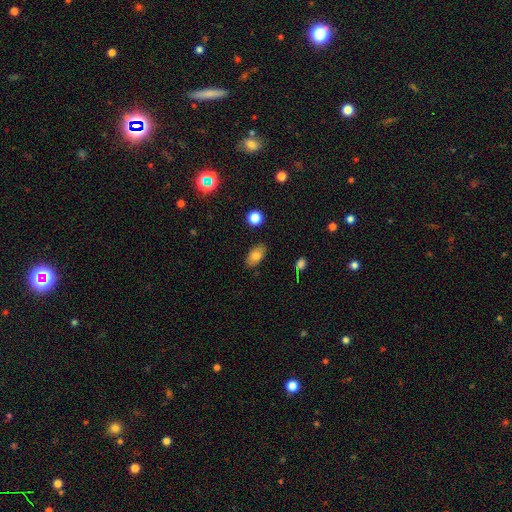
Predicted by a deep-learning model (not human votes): Smooth or featured? Predicted: smooth (p=0.79). How rounded? Predicted: in between (p=0.91). Merging? Predicted: none (p=0.85).